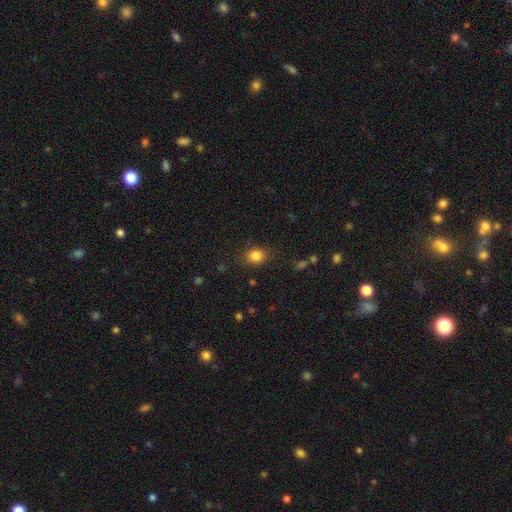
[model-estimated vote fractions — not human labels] smooth_or_featured: smooth (p=0.84) [alt: star or artifact p=0.11]
how_rounded: round (p=0.62) [alt: in between p=0.37]
merging: none (p=0.83) [alt: minor disturbance p=0.12]